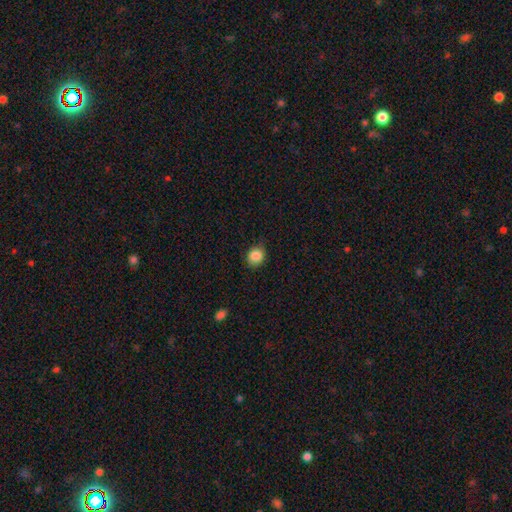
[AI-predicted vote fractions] smooth-or-featured: smooth: 86% | star or artifact: 9% | featured or disk: 5%
  how-rounded: round: 67% | in between: 32% | cigar-shaped: 1%
  merging: none: 78% | minor disturbance: 18% | major disturbance: 3% | merger: 1%